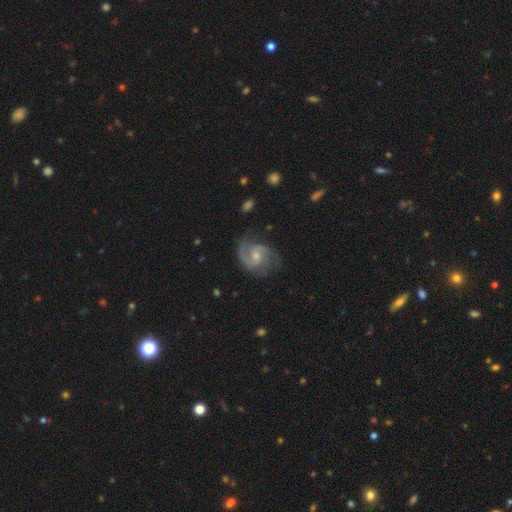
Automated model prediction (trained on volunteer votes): The model was most divided on "bar": no: 48%, weak: 45%, strong: 7%. More confident: edge-on disk — no (98%); spiral arms — yes (97%); smooth or featured — featured or disk (87%); spiral arm count — 2 (81%); merging — none (70%); spiral winding — medium (57%); bulge size — small (52%).